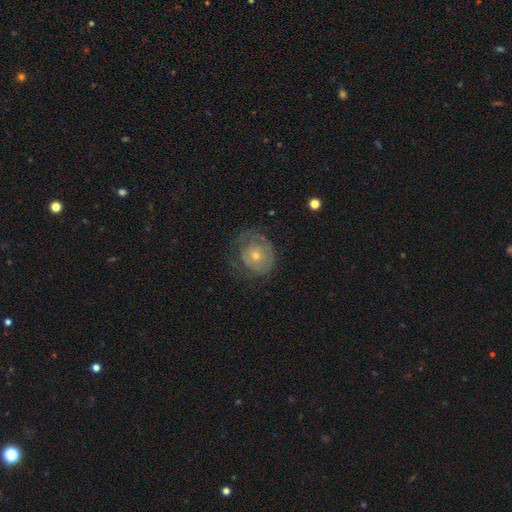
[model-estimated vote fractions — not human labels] Smooth or featured: featured or disk — 62% (smooth — 29%)
Edge-on disk: no — 97% (yes — 3%)
Bar: no — 86% (weak — 11%)
Spiral arms: yes — 62% (no — 38%)
Bulge size: small — 55% (moderate — 41%)
Merging: none — 64% (minor disturbance — 21%)